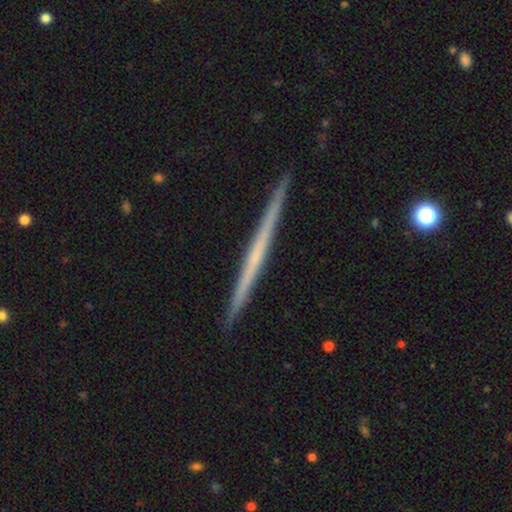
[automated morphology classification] smooth-or-featured: featured or disk: 65% | smooth: 29% | star or artifact: 6%
  disk-edge-on: yes: 98% | no: 2%
    edge-on-bulge: none: 85% | rounded: 12% | boxy: 3%
  merging: none: 92% | minor disturbance: 5% | major disturbance: 1% | merger: 1%